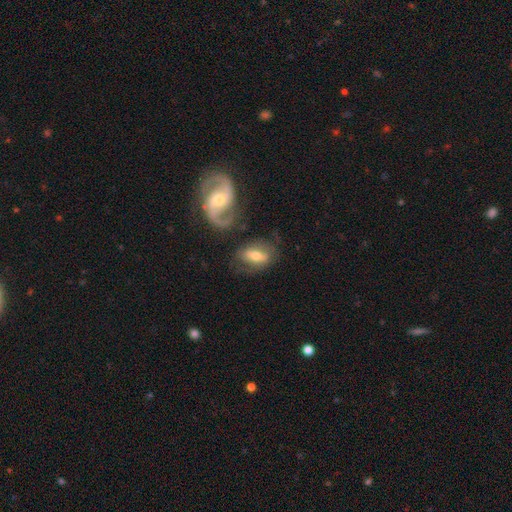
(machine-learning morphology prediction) Smooth or featured?
  - featured or disk: 48% *
  - smooth: 44%
  - star or artifact: 7%
Merging?
  - none: 56% *
  - minor disturbance: 19%
  - major disturbance: 13%
  - merger: 12%